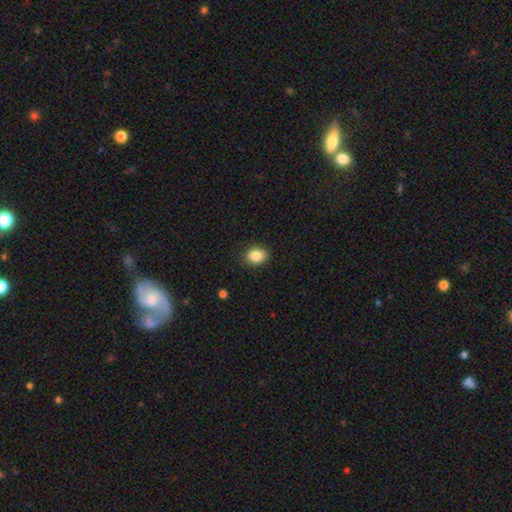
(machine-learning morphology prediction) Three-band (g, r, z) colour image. It shows a smooth galaxy with no disk features (85%) that is in between round and cigar-shaped (65%). Merging: none (87%).